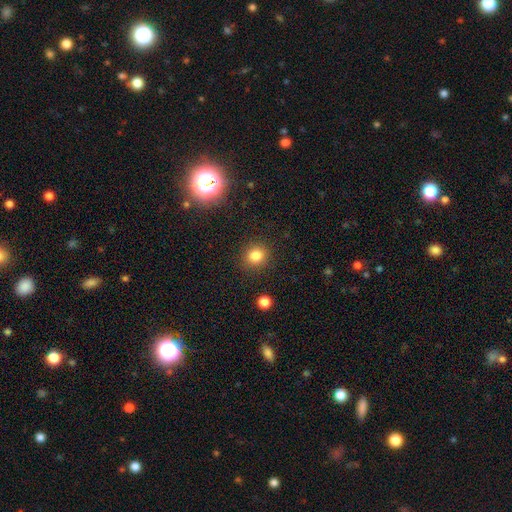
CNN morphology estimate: Smooth or featured?
  - smooth: 83% *
  - star or artifact: 12%
  - featured or disk: 5%
How rounded?
  - round: 82% *
  - in between: 17%
  - cigar-shaped: 1%
Merging?
  - none: 89% *
  - minor disturbance: 7%
  - major disturbance: 3%
  - merger: 2%